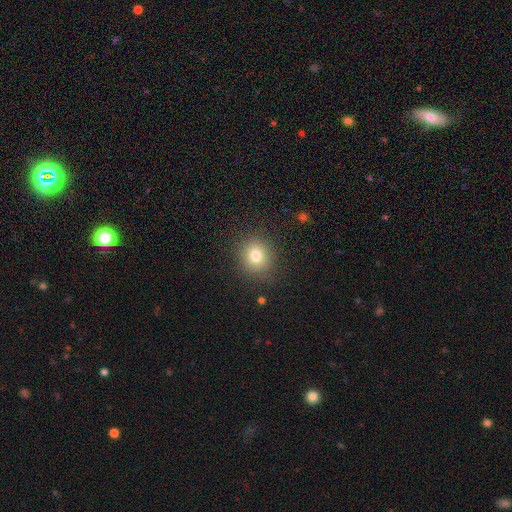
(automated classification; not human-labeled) Smooth or featured? smooth (78%)
How rounded? round (82%)
Merging? none (87%)